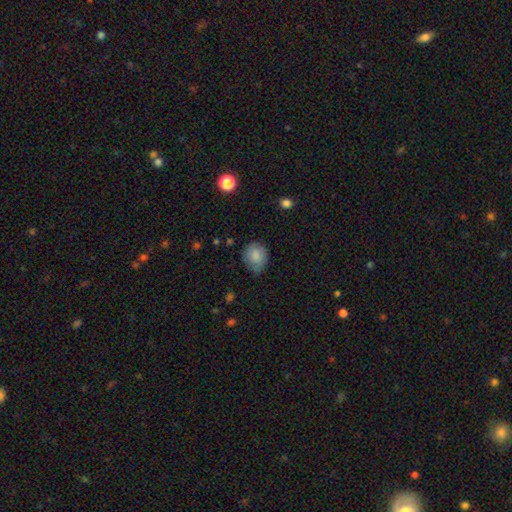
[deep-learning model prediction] smooth 83%, featured or disk 10%, star or artifact 8%. Down the decision tree: how rounded — round (57%); merging — none (60%).